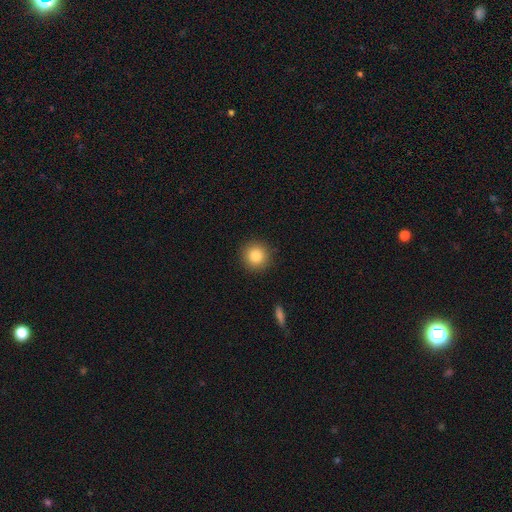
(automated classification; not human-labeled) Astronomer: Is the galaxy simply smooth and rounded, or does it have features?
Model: smooth — 85%.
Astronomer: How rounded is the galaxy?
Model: round — 94%.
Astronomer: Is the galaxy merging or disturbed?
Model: none — 91%.